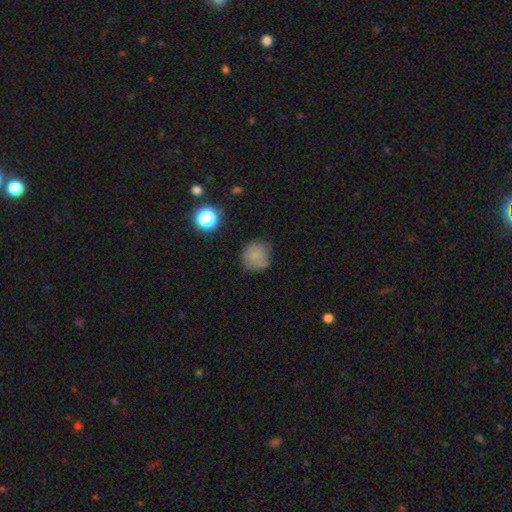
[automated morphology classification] smooth-or-featured: smooth: 75% | star or artifact: 13% | featured or disk: 11%
  how-rounded: round: 89% | in between: 10% | cigar-shaped: 1%
  merging: none: 75% | minor disturbance: 18% | major disturbance: 5% | merger: 2%